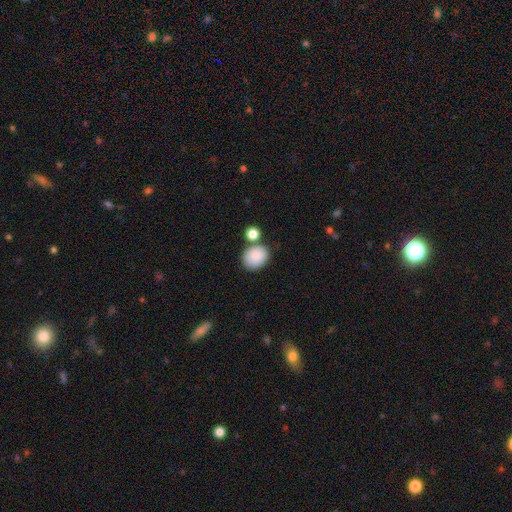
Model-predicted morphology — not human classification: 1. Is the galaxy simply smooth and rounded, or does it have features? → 87% smooth, 8% star or artifact, 5% featured or disk.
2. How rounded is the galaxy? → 56% round, 43% in between, 1% cigar-shaped.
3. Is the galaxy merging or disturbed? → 65% none, 18% merger, 13% minor disturbance, 4% major disturbance.